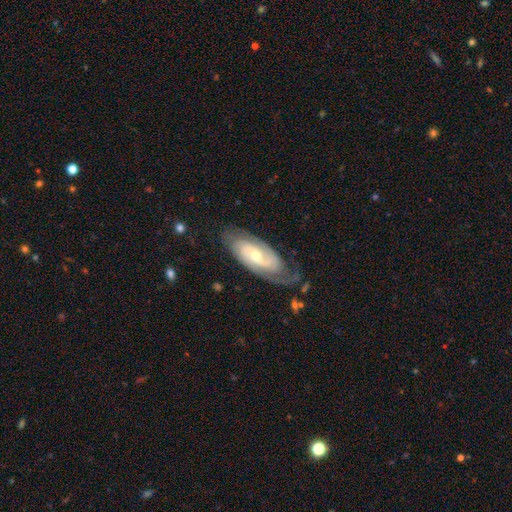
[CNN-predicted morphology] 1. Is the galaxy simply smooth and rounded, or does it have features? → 84% featured or disk, 11% smooth, 5% star or artifact.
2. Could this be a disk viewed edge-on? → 93% no, 7% yes.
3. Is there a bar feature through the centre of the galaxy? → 43% no, 41% weak, 16% strong.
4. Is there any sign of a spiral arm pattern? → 95% yes, 5% no.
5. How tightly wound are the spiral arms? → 52% tight, 36% medium, 12% loose.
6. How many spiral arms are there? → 68% 2, 17% can't tell, 7% 3, 3% 1, 2% 4, 2% more than 4.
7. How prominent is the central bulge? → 50% small, 46% moderate, 2% large, 1% none, 1% dominant.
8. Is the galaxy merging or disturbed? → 67% none, 22% minor disturbance, 10% major disturbance, 2% merger.